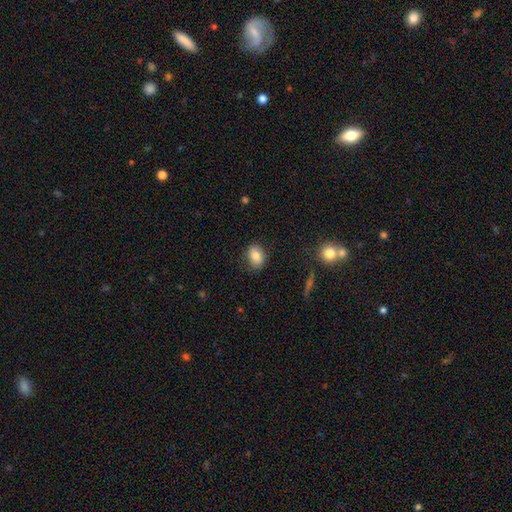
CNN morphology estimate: smooth_or_featured: smooth (p=0.80) [alt: featured or disk p=0.11]
how_rounded: in between (p=0.72) [alt: round p=0.27]
merging: none (p=0.82) [alt: minor disturbance p=0.14]